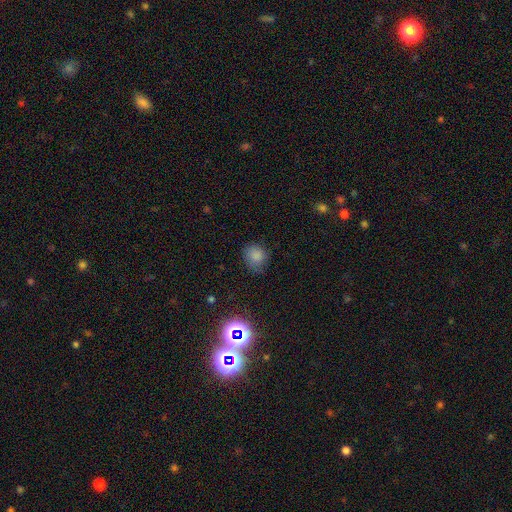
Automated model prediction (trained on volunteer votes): Smooth or featured?
  - smooth: 78% *
  - star or artifact: 15%
  - featured or disk: 7%
How rounded?
  - round: 73% *
  - in between: 26%
  - cigar-shaped: 1%
Merging?
  - none: 68% *
  - minor disturbance: 23%
  - major disturbance: 7%
  - merger: 1%